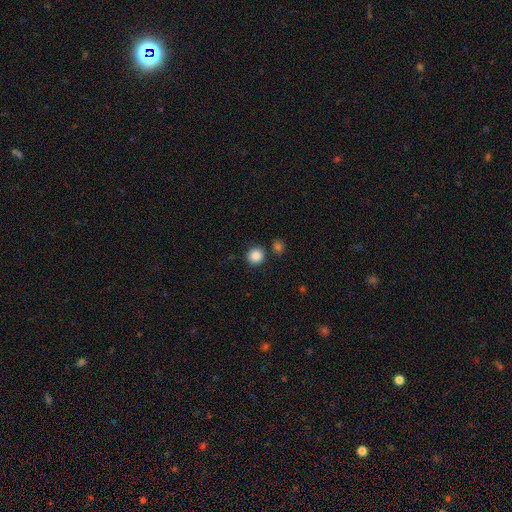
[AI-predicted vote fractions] Smooth or featured: smooth — 87% (star or artifact — 10%)
How rounded: round — 91% (in between — 8%)
Merging: none — 84% (minor disturbance — 7%)